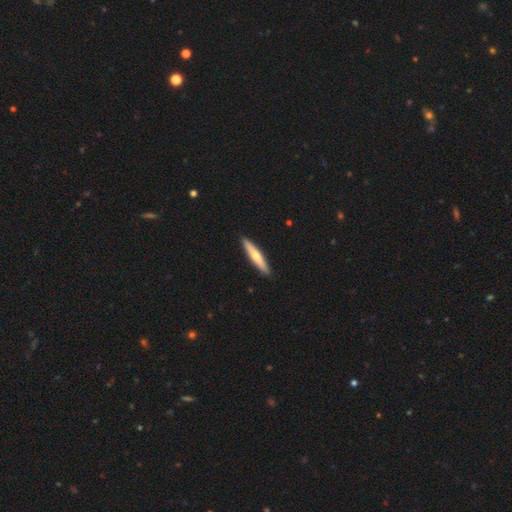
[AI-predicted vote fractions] A smooth galaxy with no disk features (59%) that is cigar-shaped (91%). Merging: none (92%).